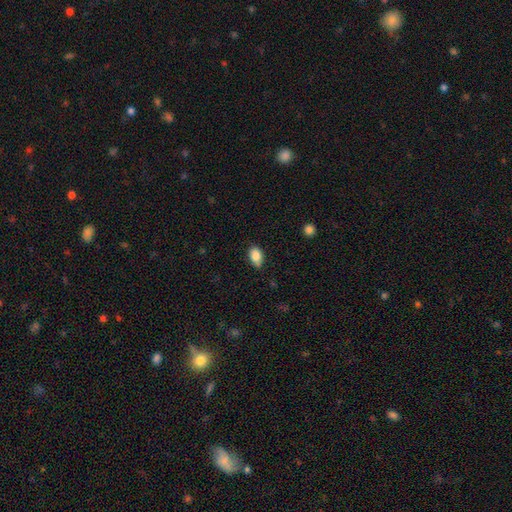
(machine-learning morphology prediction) This is clearly a smooth galaxy (87%). How rounded: clearly in between (88%). Merging: likely none (74%).